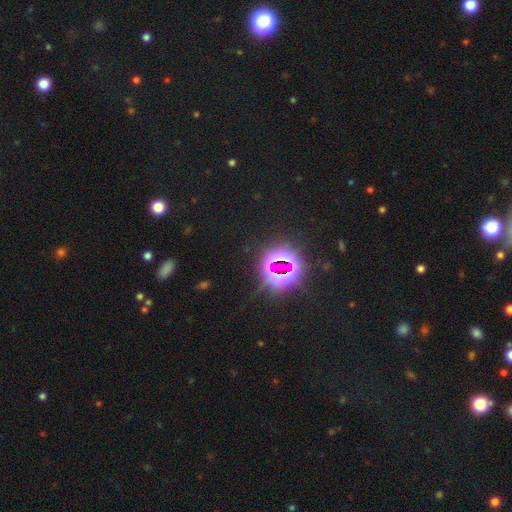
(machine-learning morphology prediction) Smooth or featured? star or artifact (78%)